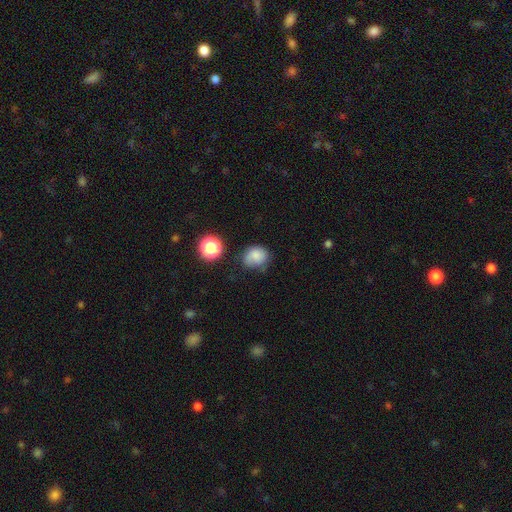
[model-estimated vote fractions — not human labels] smooth-or-featured: smooth: 78% | star or artifact: 12% | featured or disk: 10%
  how-rounded: round: 63% | in between: 36% | cigar-shaped: 1%
  merging: none: 55% | minor disturbance: 31% | major disturbance: 10% | merger: 4%